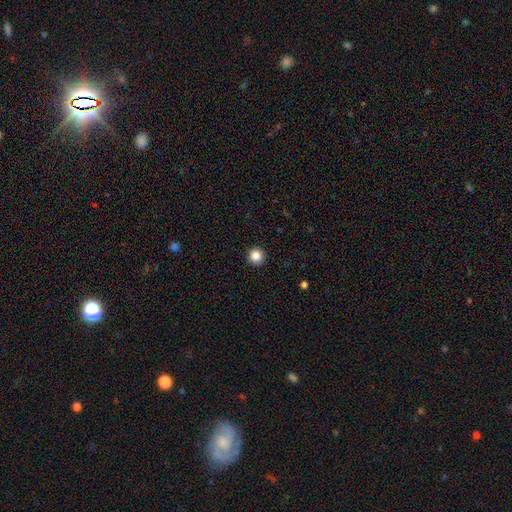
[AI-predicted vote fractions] smooth_or_featured: smooth (p=0.86) [alt: star or artifact p=0.10]
how_rounded: round (p=0.95) [alt: in between p=0.04]
merging: none (p=0.92) [alt: minor disturbance p=0.05]